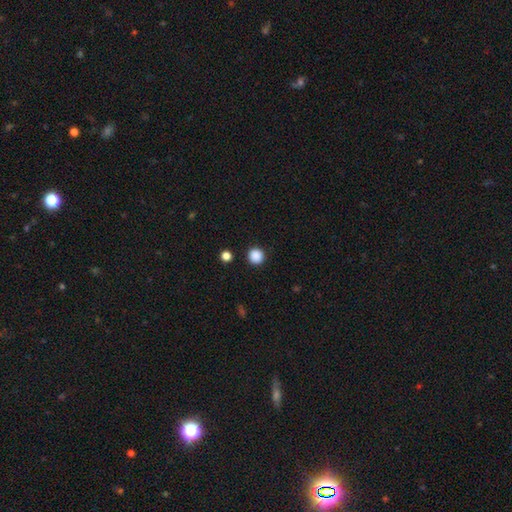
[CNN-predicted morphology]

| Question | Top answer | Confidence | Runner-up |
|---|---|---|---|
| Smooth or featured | smooth | 87% | star or artifact (10%) |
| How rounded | round | 95% | in between (4%) |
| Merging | none | 92% | minor disturbance (5%) |